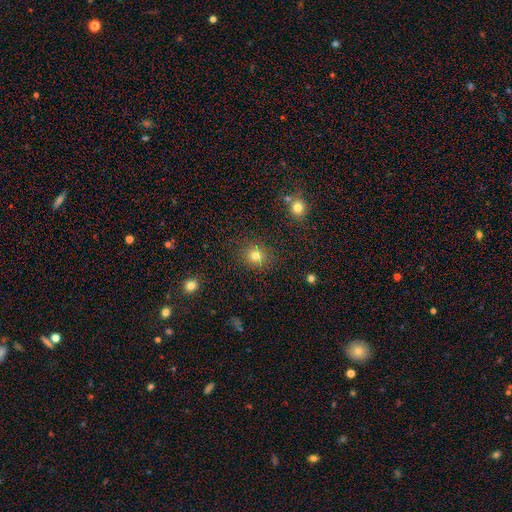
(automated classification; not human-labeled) Smooth or featured? Predicted: smooth (p=0.80). How rounded? Predicted: round (p=0.84). Merging? Predicted: none (p=0.88).